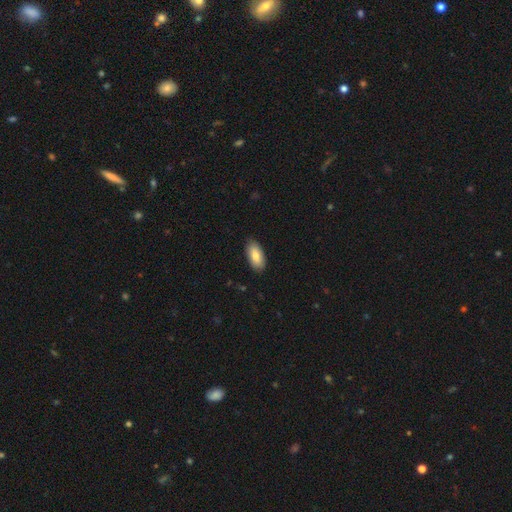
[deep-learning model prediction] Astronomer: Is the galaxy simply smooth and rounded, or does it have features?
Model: smooth — 83%.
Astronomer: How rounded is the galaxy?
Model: in between — 92%.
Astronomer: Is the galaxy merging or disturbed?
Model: none — 86%.